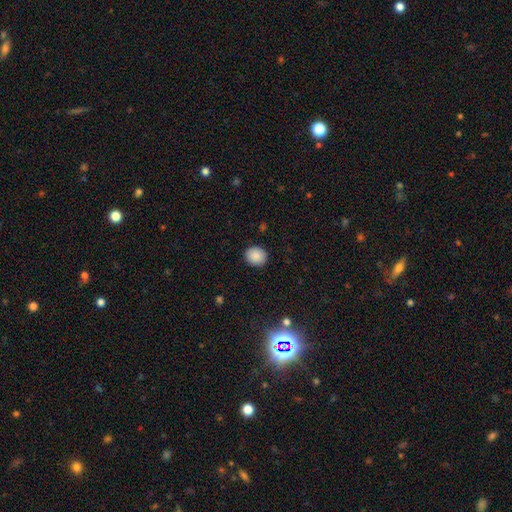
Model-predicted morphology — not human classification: Smooth or featured: smooth — 89% (star or artifact — 8%)
How rounded: round — 77% (in between — 22%)
Merging: none — 90% (minor disturbance — 7%)